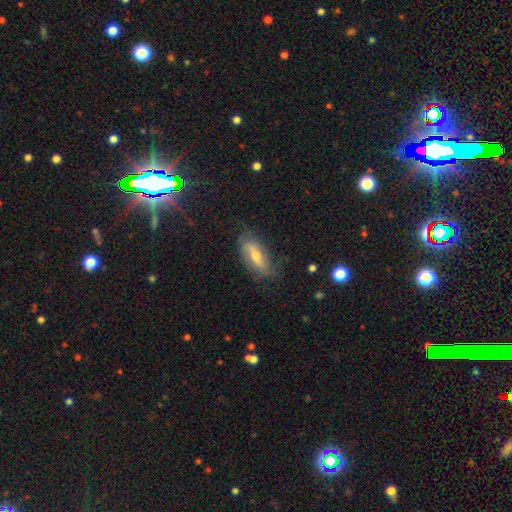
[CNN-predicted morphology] Smooth or featured?
  - featured or disk: 49% *
  - smooth: 40%
  - star or artifact: 11%
Merging?
  - none: 68% *
  - minor disturbance: 23%
  - major disturbance: 8%
  - merger: 2%